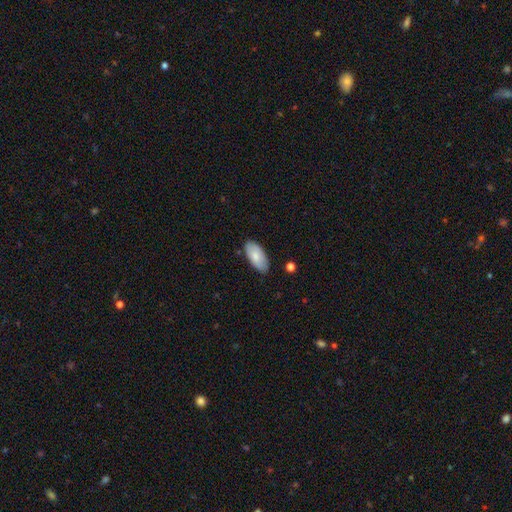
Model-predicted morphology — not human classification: A smooth galaxy with no disk features (78%) that is in between round and cigar-shaped (93%).

Vote fractions:
- Smooth or featured? smooth: 78% / featured or disk: 16% / star or artifact: 6%
- How rounded? in between: 93% / cigar-shaped: 5% / round: 2%
- Merging? none: 82% / minor disturbance: 14% / major disturbance: 2% / merger: 2%